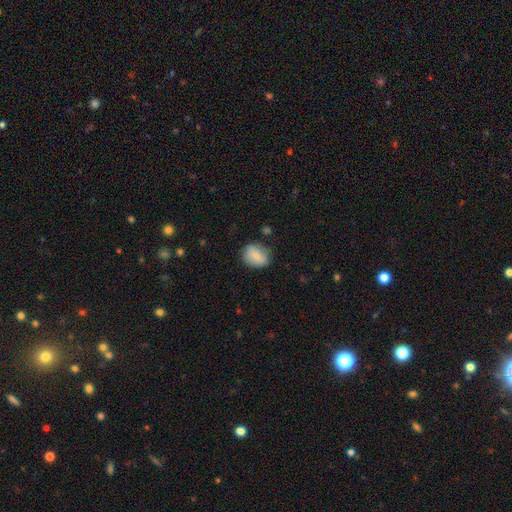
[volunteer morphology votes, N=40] Smooth or featured? smooth (68%)
How rounded? round (52%)
Merging? none (56%)